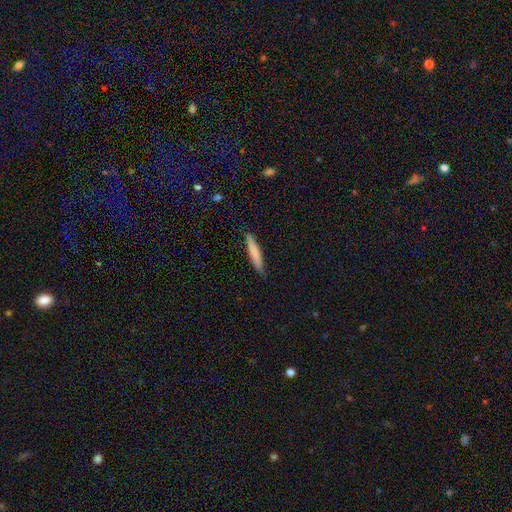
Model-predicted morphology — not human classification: Smooth or featured?
  - smooth: 74% *
  - featured or disk: 20%
  - star or artifact: 6%
How rounded?
  - cigar-shaped: 92% *
  - in between: 6%
  - round: 1%
Merging?
  - none: 87% *
  - minor disturbance: 10%
  - major disturbance: 2%
  - merger: 1%